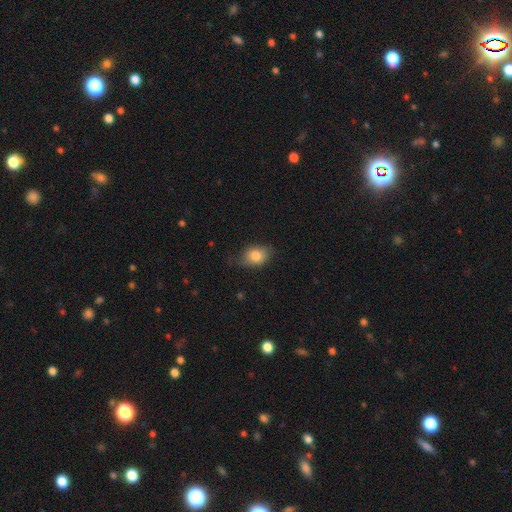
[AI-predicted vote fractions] smooth_or_featured: smooth (p=0.80) [alt: featured or disk p=0.12]
how_rounded: in between (p=0.74) [alt: round p=0.24]
merging: none (p=0.66) [alt: minor disturbance p=0.26]